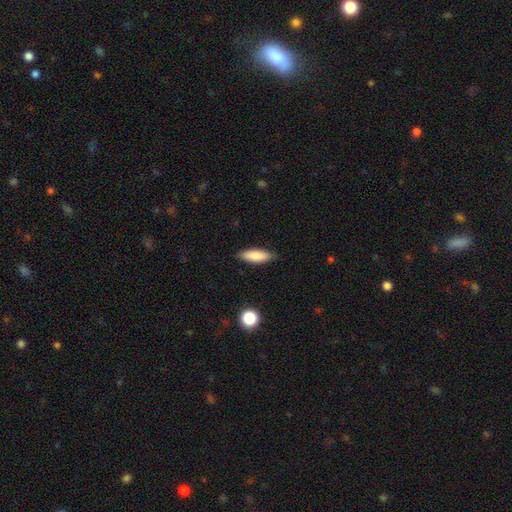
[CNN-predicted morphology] Q: Smooth or featured?
A: smooth (85%); runner-up: featured or disk (9%)
Q: How rounded?
A: in between (62%); runner-up: cigar-shaped (36%)
Q: Merging?
A: none (86%); runner-up: minor disturbance (11%)